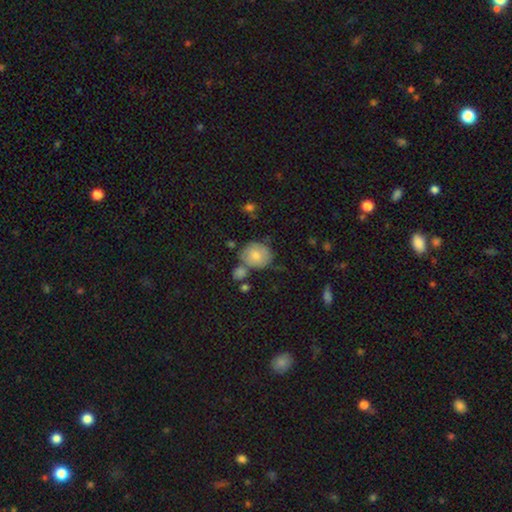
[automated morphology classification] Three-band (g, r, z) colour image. It shows a smooth galaxy with no disk features (74%) that is round (72%). Merging: none (57%).